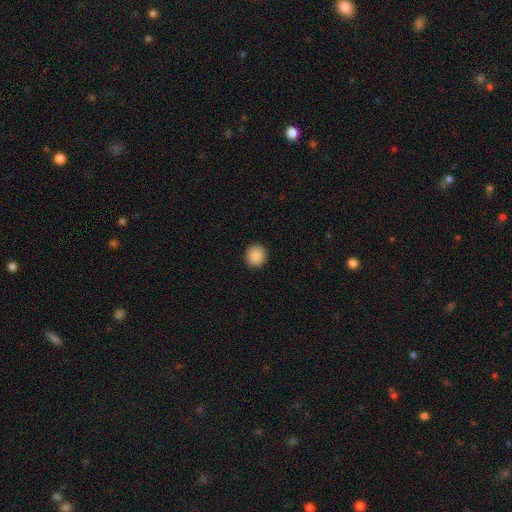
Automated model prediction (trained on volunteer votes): smooth_or_featured: smooth (p=0.90) [alt: star or artifact p=0.08]
how_rounded: round (p=0.87) [alt: in between p=0.12]
merging: none (p=0.92) [alt: minor disturbance p=0.06]